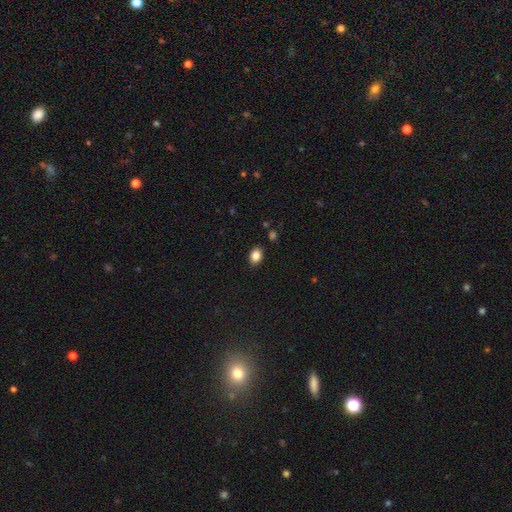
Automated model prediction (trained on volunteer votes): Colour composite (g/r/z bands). It shows a smooth galaxy with no disk features (86%) that is in between round and cigar-shaped (70%). Merging: none (87%).